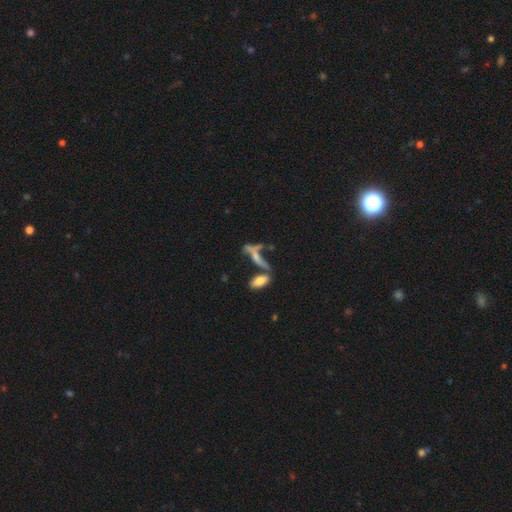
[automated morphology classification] Smooth or featured?
  - smooth: 46% *
  - featured or disk: 41%
  - star or artifact: 13%
Merging?
  - none: 37% *
  - merger: 33%
  - minor disturbance: 15%
  - major disturbance: 15%